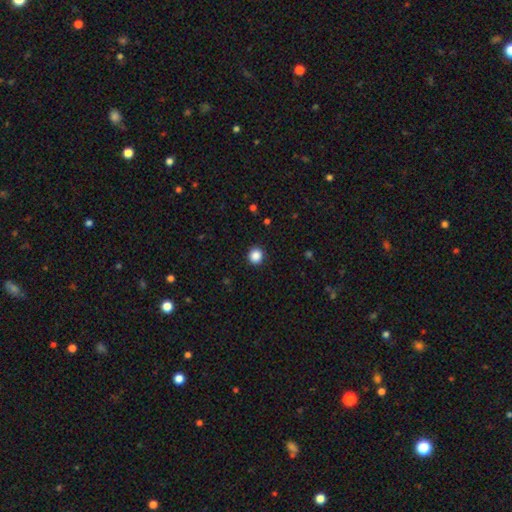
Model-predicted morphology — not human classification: Smooth or featured? Predicted: smooth (p=0.87). How rounded? Predicted: round (p=0.91). Merging? Predicted: none (p=0.92).